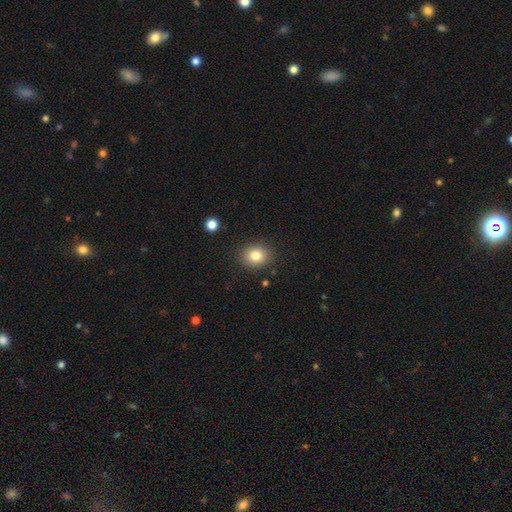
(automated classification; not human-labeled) Overall: smooth (82%). How rounded: round (64%; in between 35%). Merging: none (88%).